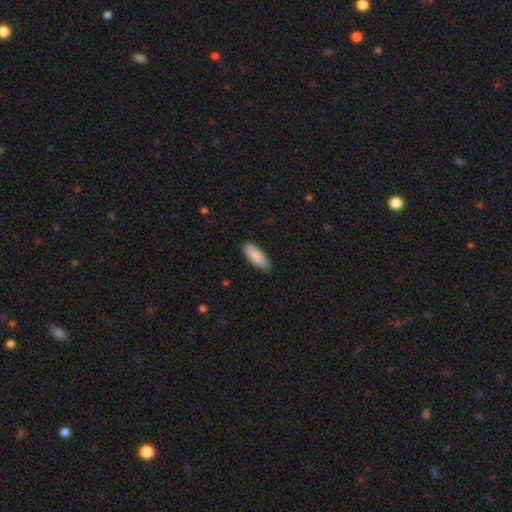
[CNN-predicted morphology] This appears to be a smooth galaxy with no disk features (88%) that is in between round and cigar-shaped (76%). Merging: none (84%).